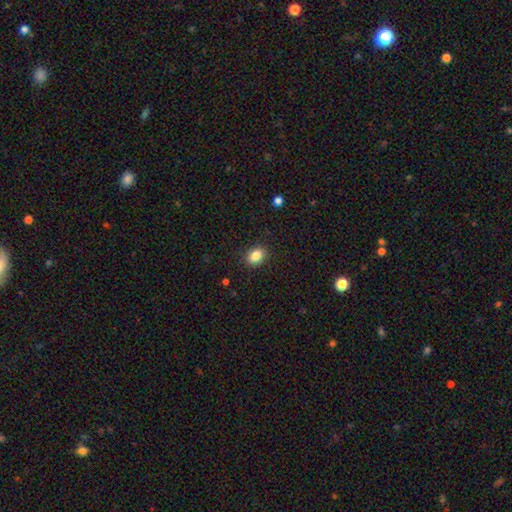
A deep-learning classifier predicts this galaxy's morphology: smooth-or-featured: smooth: 85% | star or artifact: 9% | featured or disk: 6%
  how-rounded: in between: 73% | round: 25% | cigar-shaped: 1%
  merging: none: 88% | minor disturbance: 9% | major disturbance: 2% | merger: 1%